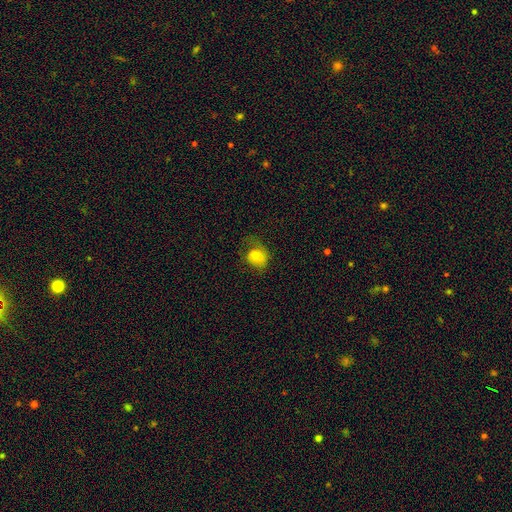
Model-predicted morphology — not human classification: The model was most divided on "how rounded": in between: 51%, round: 48%, cigar-shaped: 1%. Remaining: smooth or featured — smooth (72%); merging — none (46%).